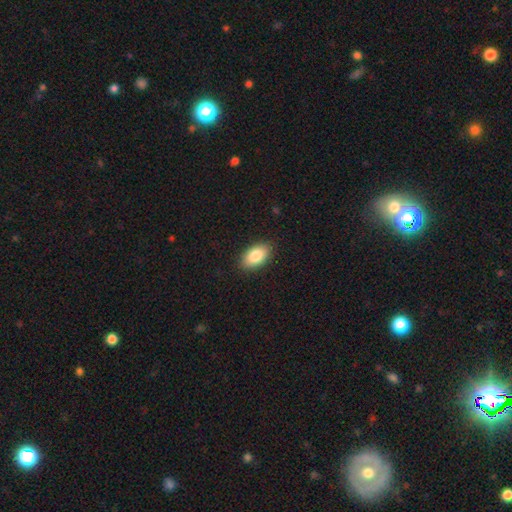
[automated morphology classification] Smooth or featured? smooth (85%)
How rounded? in between (93%)
Merging? none (88%)